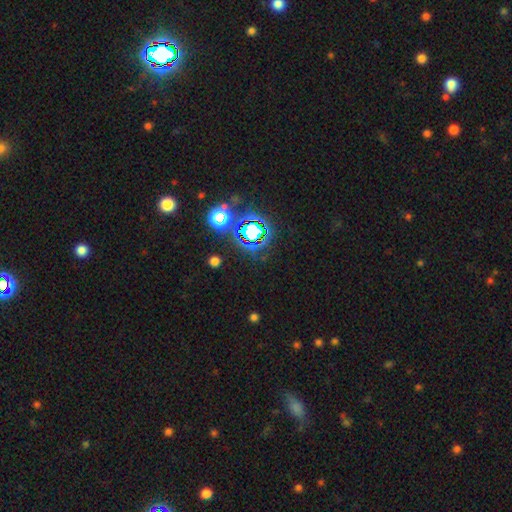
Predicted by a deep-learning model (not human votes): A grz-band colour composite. It shows a star or artifact, not a galaxy (78%).